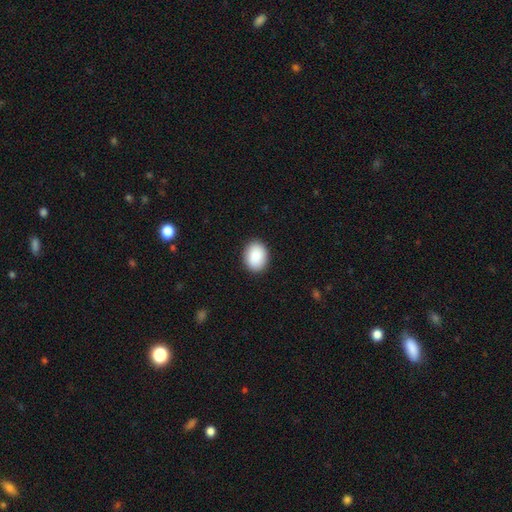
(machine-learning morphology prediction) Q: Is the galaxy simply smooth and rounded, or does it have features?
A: smooth — 88%.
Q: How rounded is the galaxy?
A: in between — 59%.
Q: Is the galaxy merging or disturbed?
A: none — 90%.